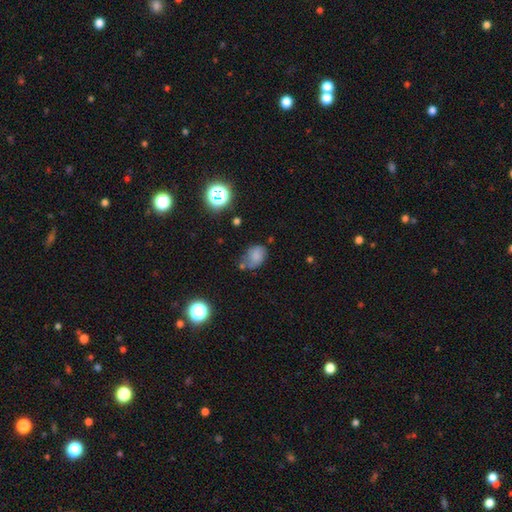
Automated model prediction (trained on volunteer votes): Morphology: type=smooth (70%); roundness=in between (72%); merging=none (45%).